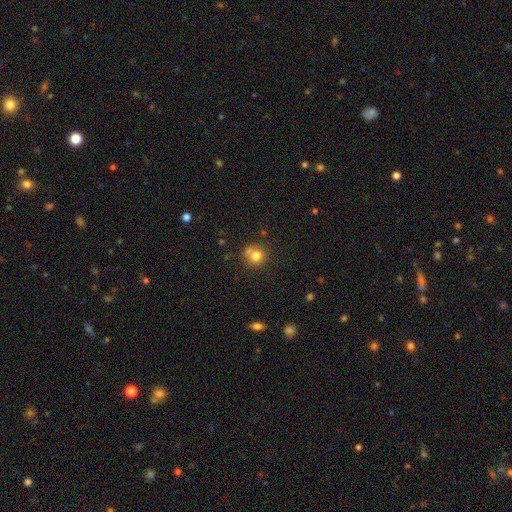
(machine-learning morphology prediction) This is likely a smooth galaxy (77%). How rounded: clearly round (90%). Merging: likely none (63%).